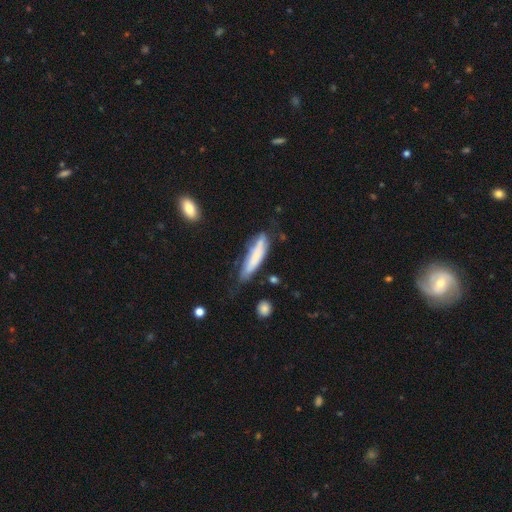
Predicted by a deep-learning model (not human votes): This appears to be a smooth galaxy with no disk features (66%) that is cigar-shaped (76%). Merging: none (51%).